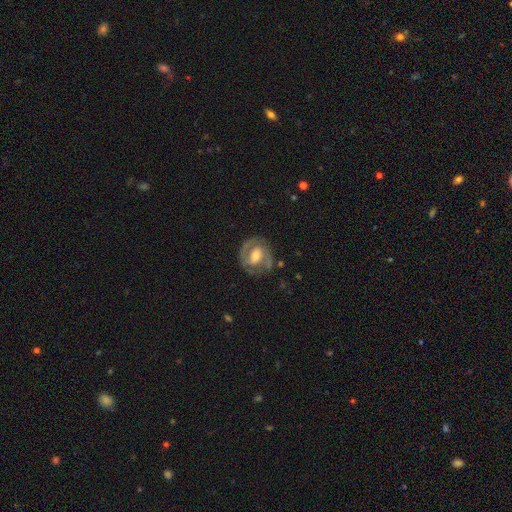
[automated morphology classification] featured or disk 74%, smooth 20%, star or artifact 6%. Down the decision tree: edge-on disk — no (97%); bar — weak (43%); spiral arms — yes (78%); spiral arm count — 2 (77%); spiral winding — tight (45%); bulge size — moderate (57%); merging — none (72%).